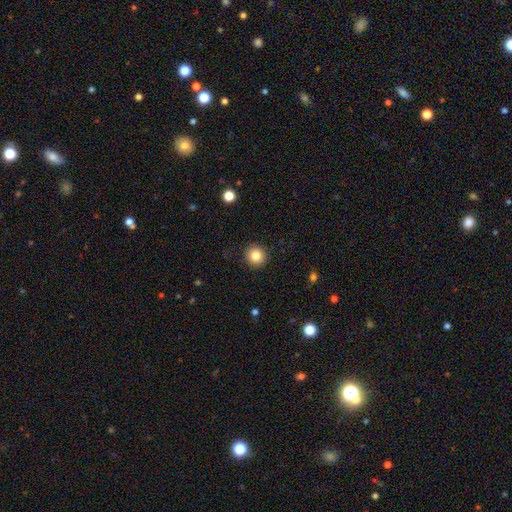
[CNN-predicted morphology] Smooth or featured? Predicted: smooth (p=0.83). How rounded? Predicted: round (p=0.94). Merging? Predicted: none (p=0.92).